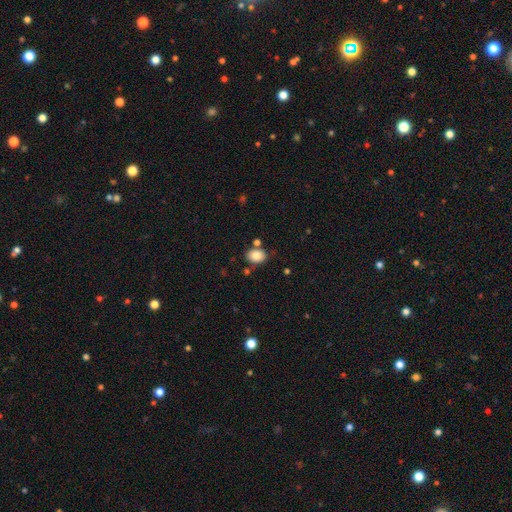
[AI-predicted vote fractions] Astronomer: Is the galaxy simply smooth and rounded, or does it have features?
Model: smooth — 84%.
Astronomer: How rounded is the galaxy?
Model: in between — 70%.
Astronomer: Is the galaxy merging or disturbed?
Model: none — 74%.